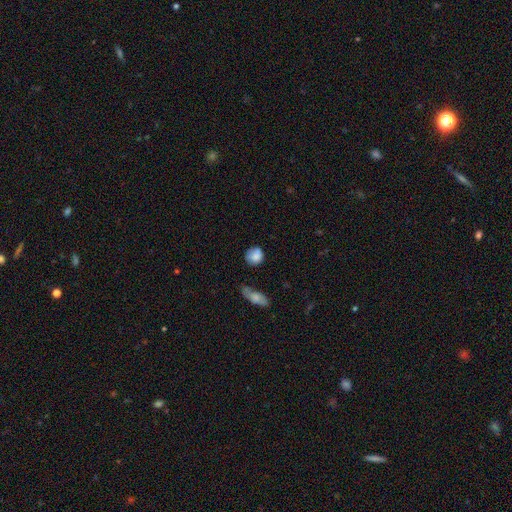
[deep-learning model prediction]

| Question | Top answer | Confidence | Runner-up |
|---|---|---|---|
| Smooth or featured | smooth | 82% | featured or disk (10%) |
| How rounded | round | 76% | in between (22%) |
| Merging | none | 58% | minor disturbance (28%) |